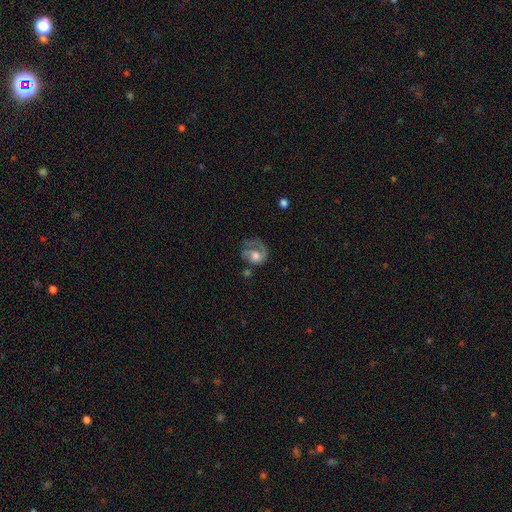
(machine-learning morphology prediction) type=featured or disk (64%); edge-on=no (97%); bar=no (74%); spiral arms=yes (81%); winding=medium (38%); arm count=1 (67%); bulge=moderate (50%); merging=major disturbance (39%).